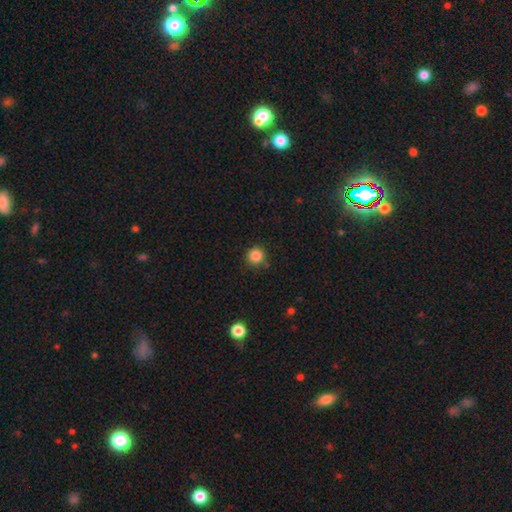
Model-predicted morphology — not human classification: Q: Smooth or featured?
A: smooth (85%); runner-up: star or artifact (11%)
Q: How rounded?
A: round (94%); runner-up: in between (5%)
Q: Merging?
A: none (86%); runner-up: minor disturbance (9%)